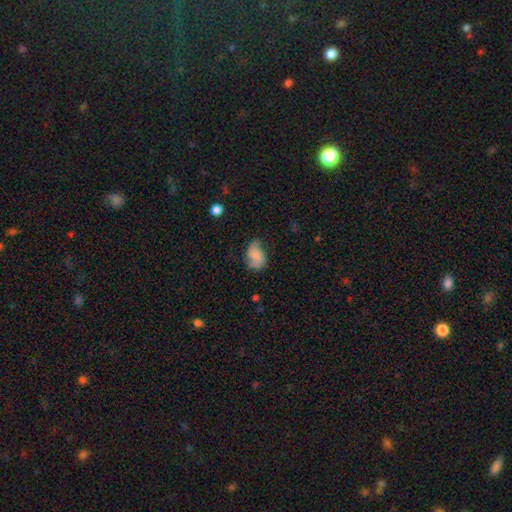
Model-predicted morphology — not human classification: Smooth or featured? Predicted: smooth (p=0.54). How rounded? Predicted: in between (p=0.83). Merging? Predicted: none (p=0.49).